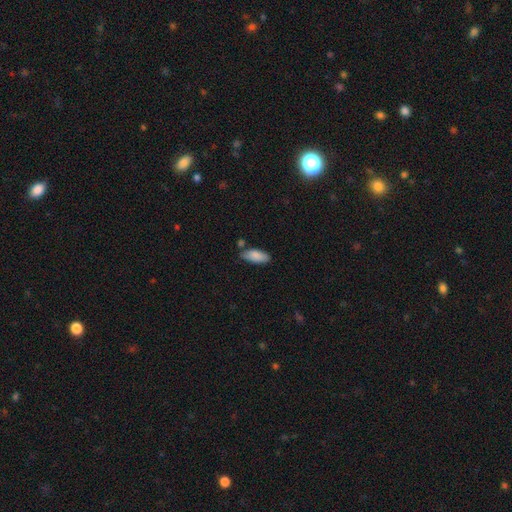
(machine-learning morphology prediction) smooth_or_featured: smooth (p=0.86) [alt: featured or disk p=0.08]
how_rounded: in between (p=0.82) [alt: cigar-shaped p=0.16]
merging: none (p=0.66) [alt: minor disturbance p=0.21]